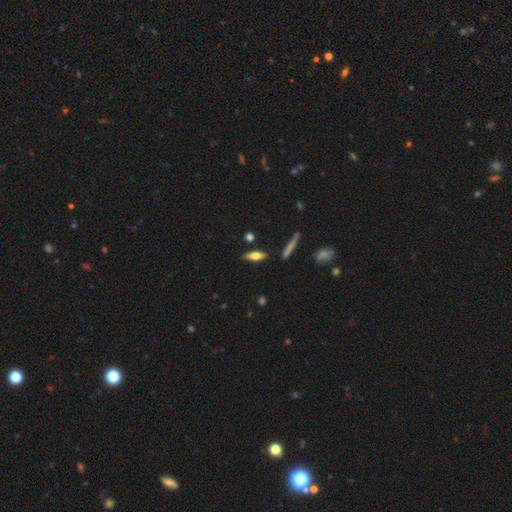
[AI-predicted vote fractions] Smooth or featured? smooth (50%)
How rounded? cigar-shaped (53%)
Merging? none (82%)